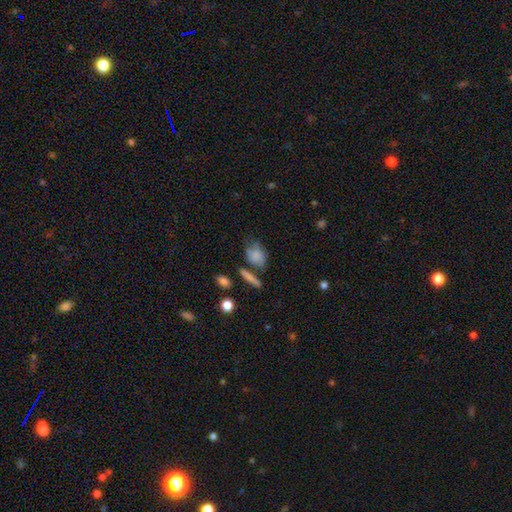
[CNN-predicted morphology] Smooth or featured? Predicted: smooth (p=0.71). How rounded? Predicted: in between (p=0.69). Merging? Predicted: none (p=0.42).